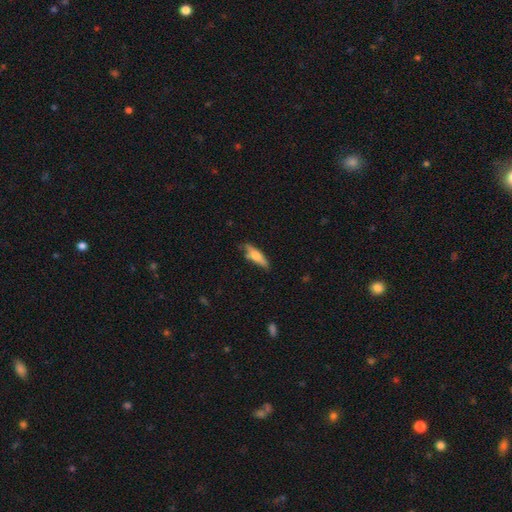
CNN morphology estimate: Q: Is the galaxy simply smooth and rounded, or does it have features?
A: smooth — 56%.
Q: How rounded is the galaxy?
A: cigar-shaped — 58%.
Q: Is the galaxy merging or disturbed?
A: none — 66%.